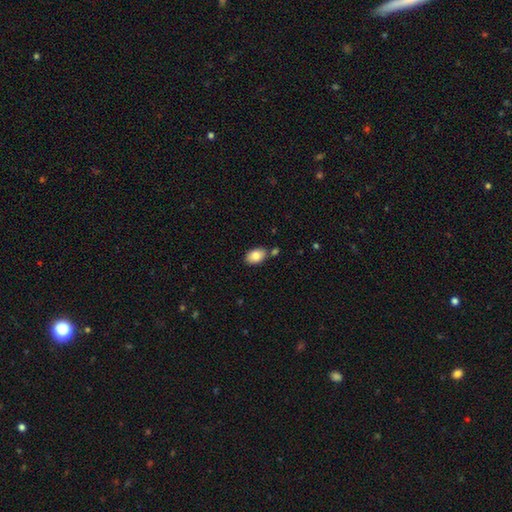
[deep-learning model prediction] This is clearly a smooth galaxy (83%). How rounded: clearly in between (90%). Merging: likely none (75%).